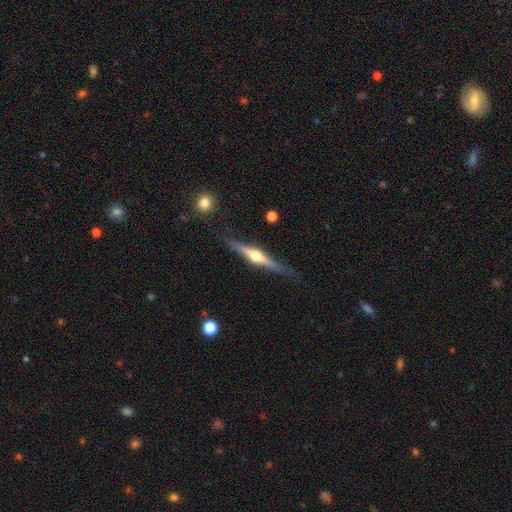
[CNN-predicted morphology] Smooth or featured?
  - featured or disk: 75% *
  - smooth: 19%
  - star or artifact: 5%
Edge-on disk?
  - yes: 98% *
  - no: 2%
Edge-on bulge?
  - rounded: 93% *
  - boxy: 4%
  - none: 3%
Merging?
  - none: 83% *
  - minor disturbance: 13%
  - major disturbance: 3%
  - merger: 2%